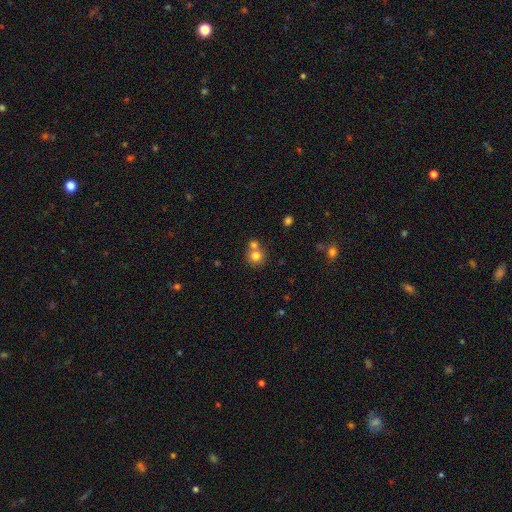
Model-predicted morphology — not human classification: Q: Smooth or featured?
A: smooth (77%); runner-up: star or artifact (12%)
Q: How rounded?
A: round (88%); runner-up: in between (12%)
Q: Merging?
A: none (49%); runner-up: merger (42%)